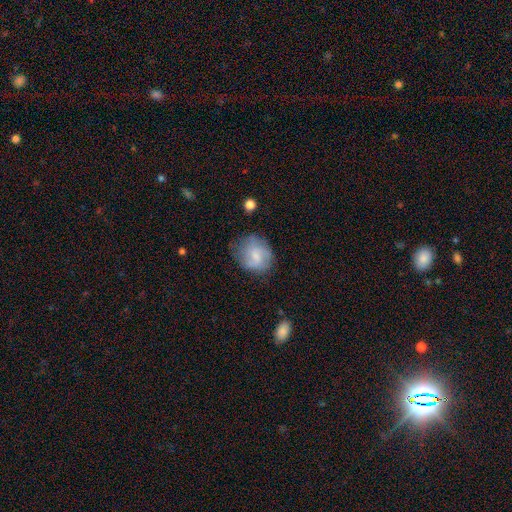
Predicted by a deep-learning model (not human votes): Smooth or featured? Predicted: smooth (p=0.54). How rounded? Predicted: round (p=0.66). Merging? Predicted: none (p=0.61).